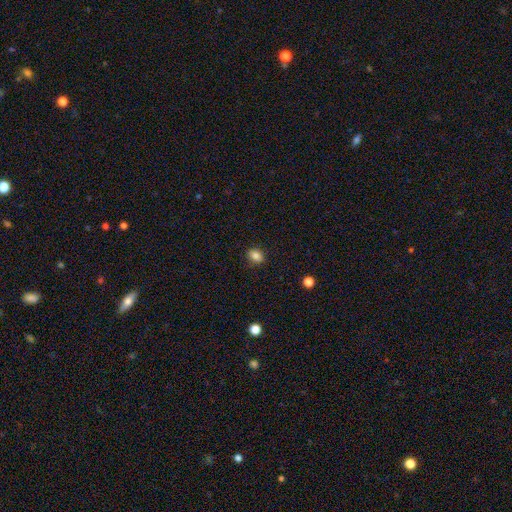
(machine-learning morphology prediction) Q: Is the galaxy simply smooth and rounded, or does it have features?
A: smooth — 84%.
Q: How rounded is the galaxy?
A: in between — 55%.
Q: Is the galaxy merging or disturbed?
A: none — 85%.